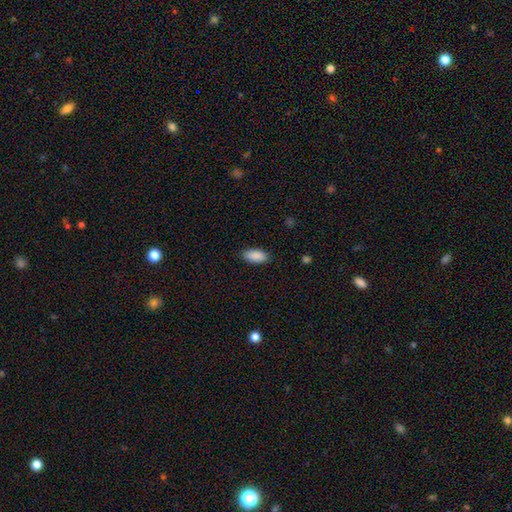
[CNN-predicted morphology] Smooth or featured?
  - smooth: 90% *
  - star or artifact: 7%
  - featured or disk: 3%
How rounded?
  - in between: 92% *
  - cigar-shaped: 6%
  - round: 2%
Merging?
  - none: 87% *
  - minor disturbance: 10%
  - major disturbance: 2%
  - merger: 1%